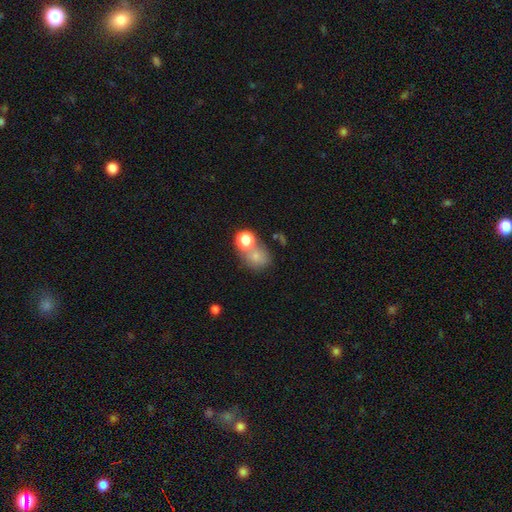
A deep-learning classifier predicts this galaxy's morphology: smooth-or-featured: smooth: 74% | star or artifact: 16% | featured or disk: 10%
  how-rounded: round: 71% | in between: 28% | cigar-shaped: 1%
  merging: none: 49% | merger: 31% | minor disturbance: 13% | major disturbance: 7%